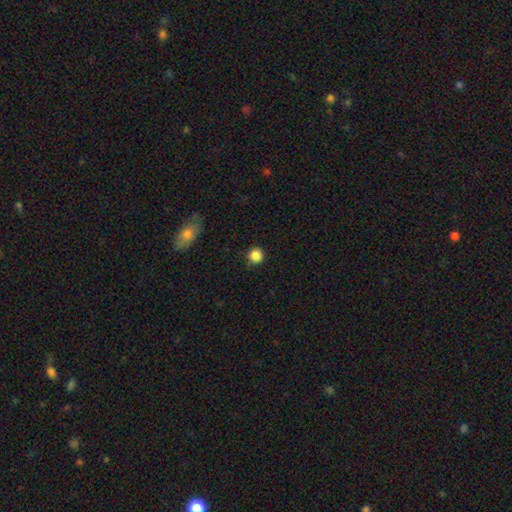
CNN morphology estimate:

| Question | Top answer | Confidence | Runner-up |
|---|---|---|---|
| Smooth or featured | smooth | 86% | star or artifact (10%) |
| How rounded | round | 94% | in between (5%) |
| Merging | none | 85% | minor disturbance (10%) |